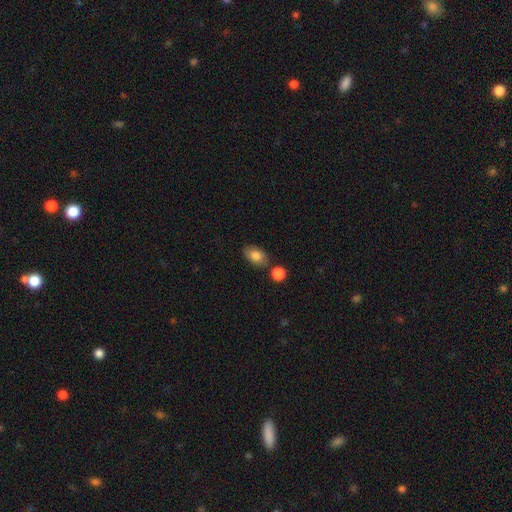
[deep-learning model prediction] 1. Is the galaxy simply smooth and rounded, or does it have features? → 83% smooth, 10% featured or disk, 7% star or artifact.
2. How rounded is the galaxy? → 88% in between, 11% round, 2% cigar-shaped.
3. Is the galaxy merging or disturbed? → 75% none, 13% minor disturbance, 9% merger, 3% major disturbance.